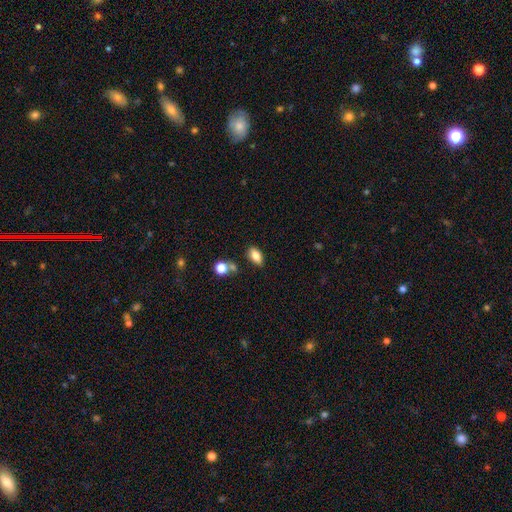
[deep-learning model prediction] smooth-or-featured: smooth: 78% | featured or disk: 12% | star or artifact: 10%
  how-rounded: in between: 86% | cigar-shaped: 7% | round: 7%
  merging: none: 76% | minor disturbance: 13% | merger: 7% | major disturbance: 3%